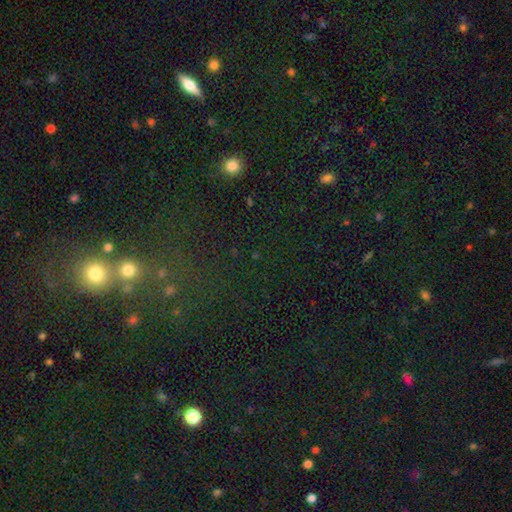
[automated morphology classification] star or artifact 62%, smooth 29%, featured or disk 10%.